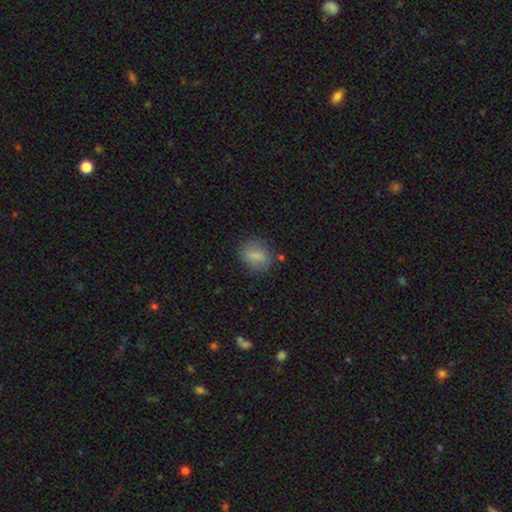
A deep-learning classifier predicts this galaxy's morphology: Overall: smooth (76%). How rounded: round (49%; in between 48%). Merging: none (77%).